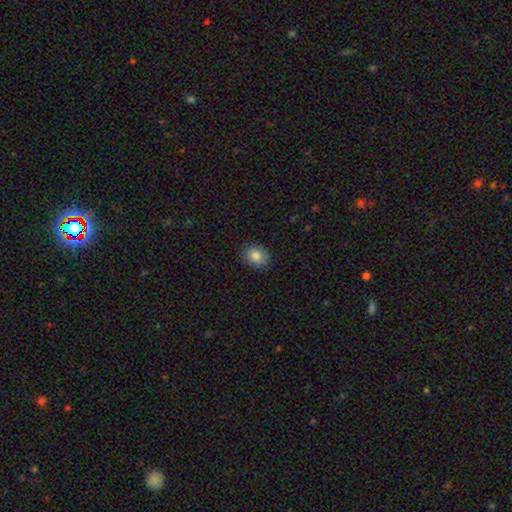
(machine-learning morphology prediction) Smooth or featured? Predicted: smooth (p=0.85). How rounded? Predicted: in between (p=0.52). Merging? Predicted: none (p=0.88).